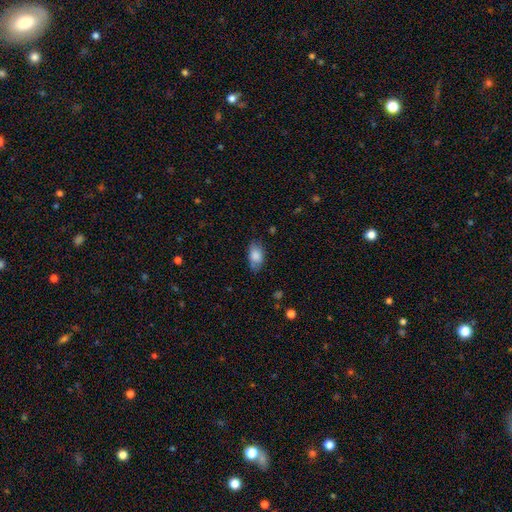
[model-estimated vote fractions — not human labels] smooth_or_featured: smooth (p=0.84) [alt: featured or disk p=0.09]
how_rounded: in between (p=0.91) [alt: round p=0.07]
merging: none (p=0.73) [alt: minor disturbance p=0.21]